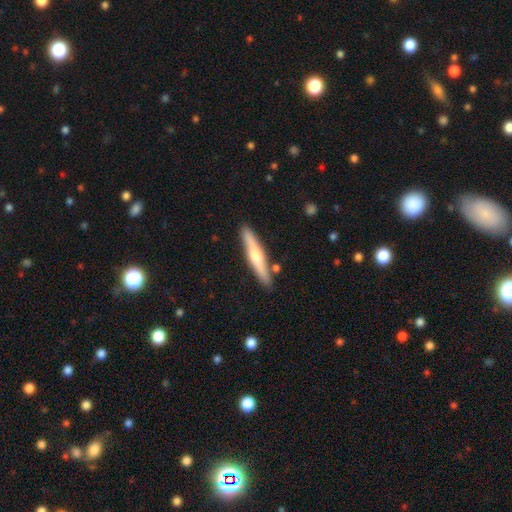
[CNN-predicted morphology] This appears to be a featured or disk galaxy (50%) viewed edge-on (95%). Merging: none (86%).